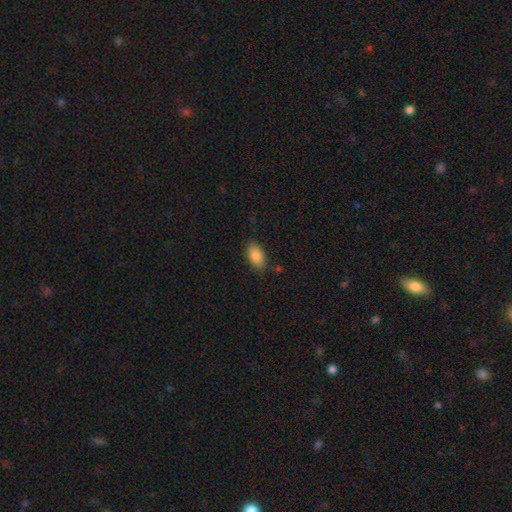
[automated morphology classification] A smooth galaxy with no disk features (87%) that is in between round and cigar-shaped (92%).

Vote fractions:
- Smooth or featured? smooth: 87% / star or artifact: 7% / featured or disk: 5%
- How rounded? in between: 92% / round: 5% / cigar-shaped: 3%
- Merging? none: 83% / minor disturbance: 13% / major disturbance: 3% / merger: 2%